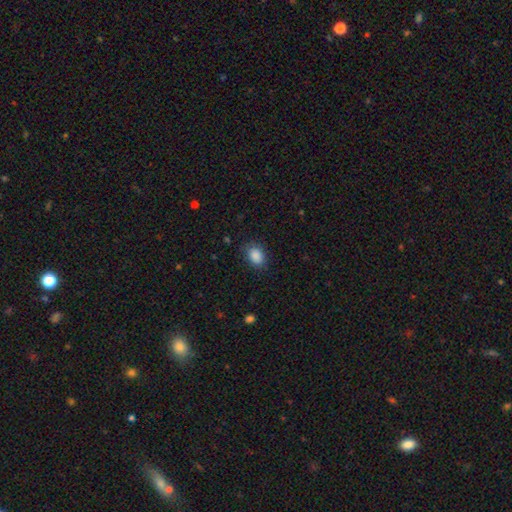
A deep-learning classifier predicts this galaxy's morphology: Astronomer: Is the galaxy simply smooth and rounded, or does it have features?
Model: smooth — 88%.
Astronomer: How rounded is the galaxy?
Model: in between — 76%.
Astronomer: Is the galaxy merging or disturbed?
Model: none — 80%.